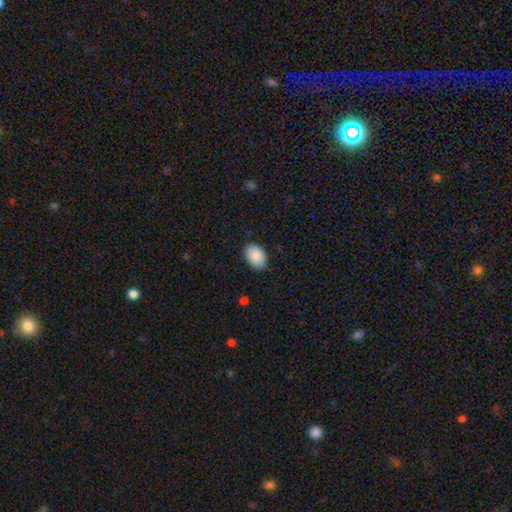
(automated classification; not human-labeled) Smooth or featured?
  - smooth: 90% *
  - star or artifact: 6%
  - featured or disk: 3%
How rounded?
  - in between: 86% *
  - round: 13%
  - cigar-shaped: 1%
Merging?
  - none: 84% *
  - minor disturbance: 12%
  - major disturbance: 2%
  - merger: 1%